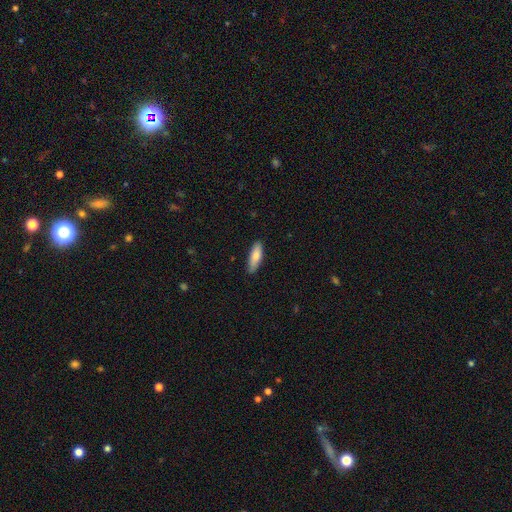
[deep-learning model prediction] smooth_or_featured: smooth (p=0.81) [alt: featured or disk p=0.14]
how_rounded: in between (p=0.51) [alt: cigar-shaped p=0.47]
merging: none (p=0.86) [alt: minor disturbance p=0.11]